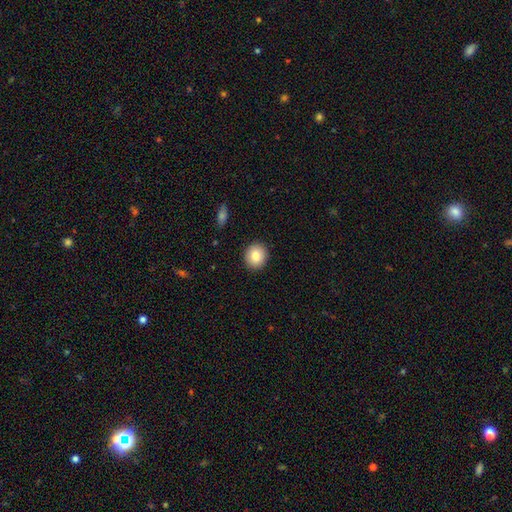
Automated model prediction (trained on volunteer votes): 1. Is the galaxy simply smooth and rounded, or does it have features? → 84% smooth, 8% featured or disk, 8% star or artifact.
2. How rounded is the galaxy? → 82% round, 17% in between, 1% cigar-shaped.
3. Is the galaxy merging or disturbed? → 91% none, 6% minor disturbance, 2% major disturbance, 1% merger.